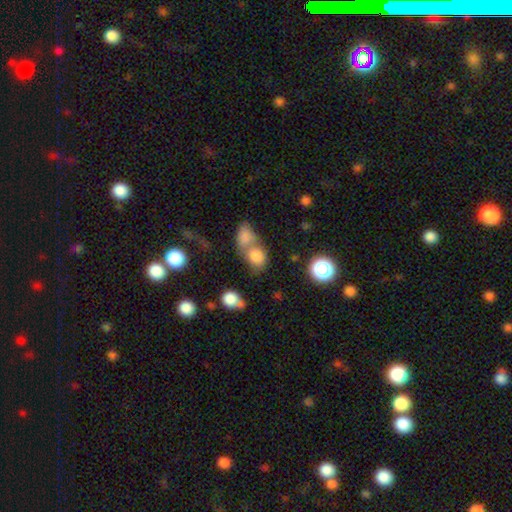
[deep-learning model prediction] A smooth galaxy with no disk features (78%) that is in between round and cigar-shaped (54%).

Vote fractions:
- Smooth or featured? smooth: 78% / star or artifact: 13% / featured or disk: 9%
- How rounded? in between: 54% / round: 44% / cigar-shaped: 2%
- Merging? merger: 58% / none: 28% / minor disturbance: 8% / major disturbance: 6%